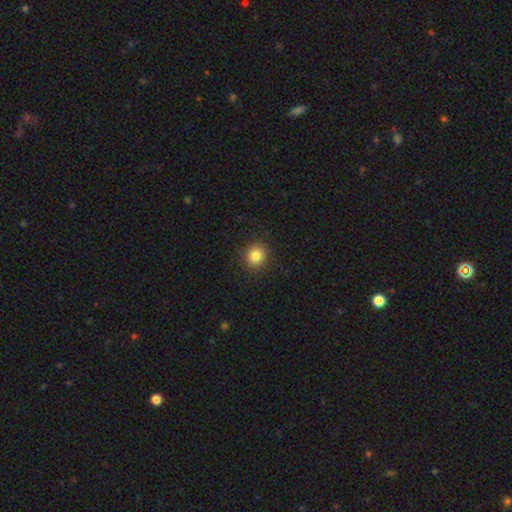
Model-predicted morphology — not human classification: Smooth or featured?
  - smooth: 84% *
  - star or artifact: 11%
  - featured or disk: 5%
How rounded?
  - round: 86% *
  - in between: 13%
  - cigar-shaped: 1%
Merging?
  - none: 90% *
  - minor disturbance: 7%
  - major disturbance: 2%
  - merger: 1%